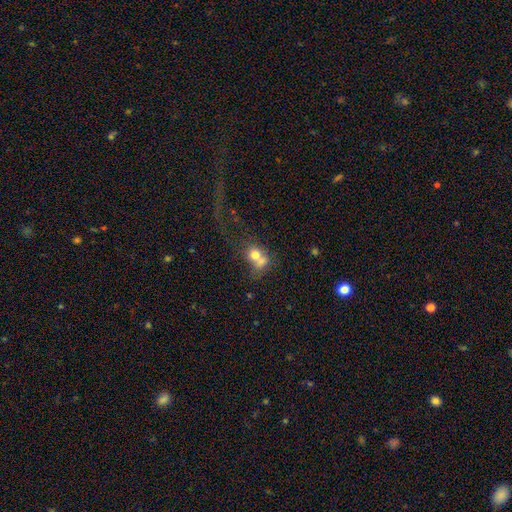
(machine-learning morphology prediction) type=smooth (68%); roundness=round (62%); merging=merger (60%).